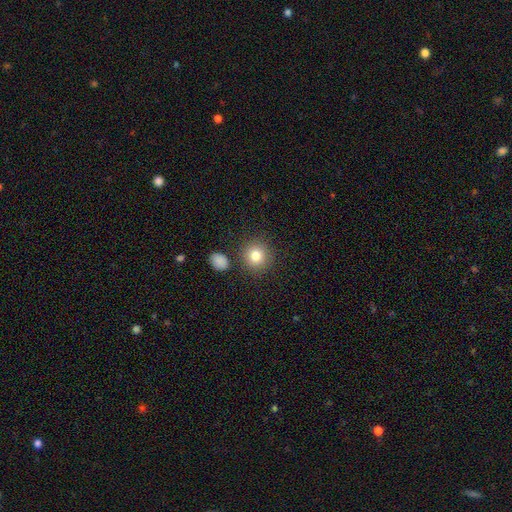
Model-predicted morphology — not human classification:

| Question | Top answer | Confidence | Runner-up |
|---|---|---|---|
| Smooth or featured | smooth | 82% | star or artifact (10%) |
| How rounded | round | 91% | in between (8%) |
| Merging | none | 84% | minor disturbance (8%) |